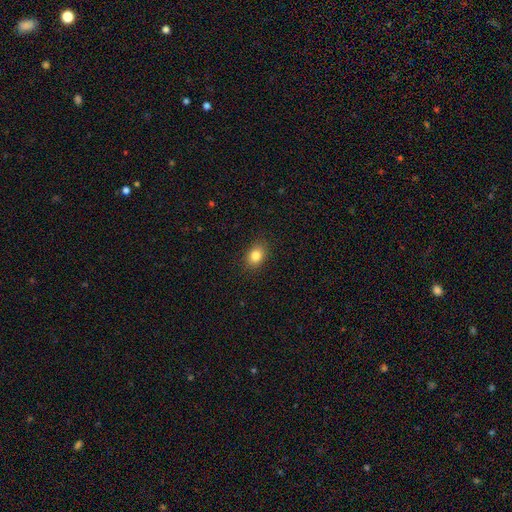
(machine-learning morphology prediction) This appears to be a smooth galaxy with no disk features (83%) that is in between round and cigar-shaped (66%). Merging: none (87%).